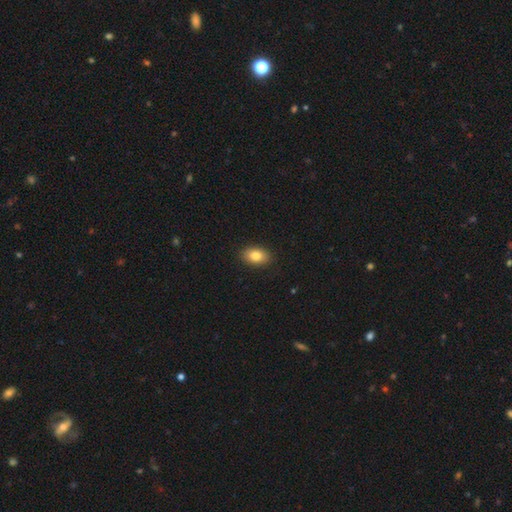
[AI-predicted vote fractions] This is clearly a smooth galaxy (84%). How rounded: clearly in between (87%). Merging: clearly none (89%).